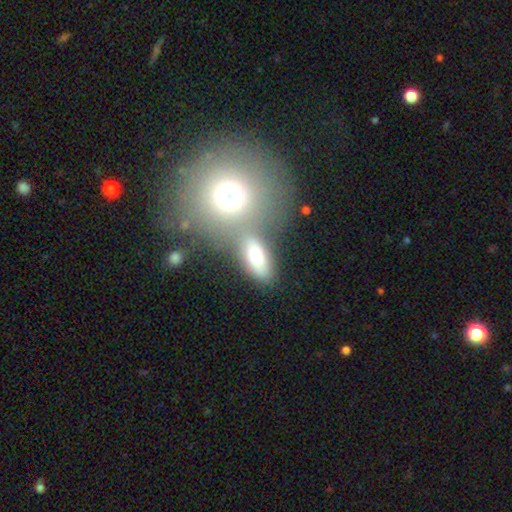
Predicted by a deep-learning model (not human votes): Overall: smooth (70%). How rounded: in between (77%). Merging: none (62%).